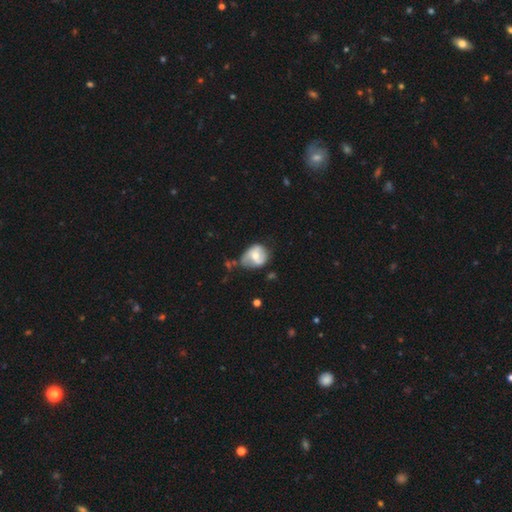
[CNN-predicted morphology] Smooth or featured? featured or disk (51%)
Edge-on disk? no (97%)
Merging? none (37%)